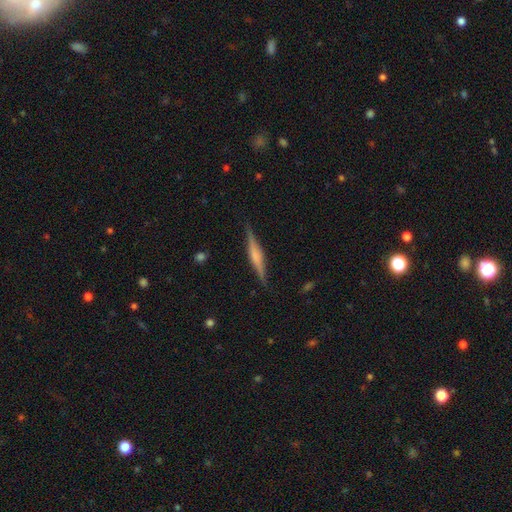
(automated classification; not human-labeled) Smooth or featured? Predicted: featured or disk (p=0.65). Edge-on disk? Predicted: yes (p=0.97). Edge-on bulge? Predicted: rounded (p=0.49). Merging? Predicted: none (p=0.89).